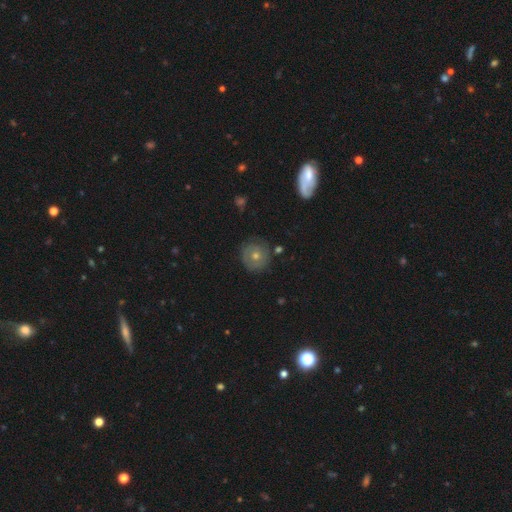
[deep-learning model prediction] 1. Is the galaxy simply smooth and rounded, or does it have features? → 44% smooth, 42% featured or disk, 14% star or artifact.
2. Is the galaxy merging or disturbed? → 83% none, 12% minor disturbance, 3% major disturbance, 2% merger.